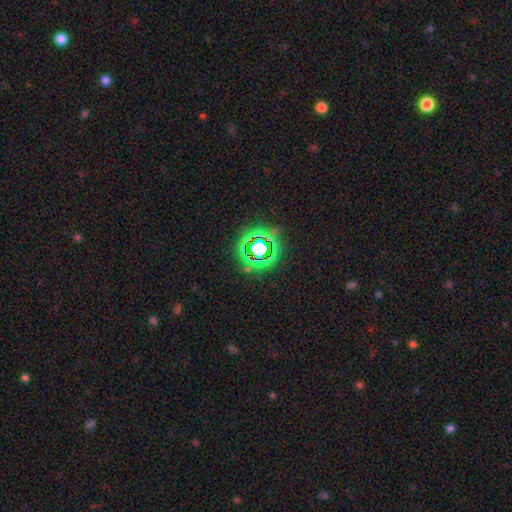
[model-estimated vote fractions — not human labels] A star or artifact, not a galaxy (77%).